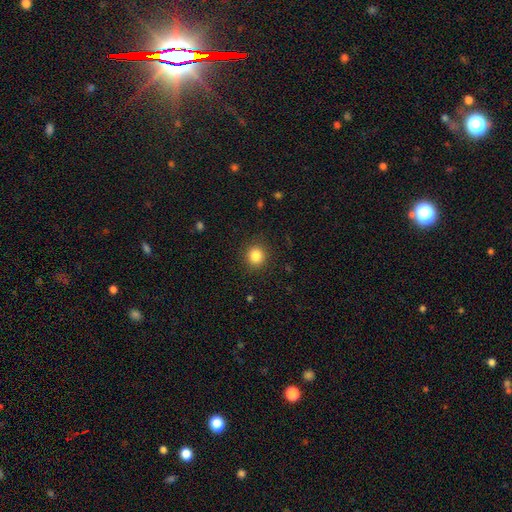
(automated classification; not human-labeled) Smooth or featured: smooth — 85% (star or artifact — 11%)
How rounded: round — 89% (in between — 10%)
Merging: none — 90% (minor disturbance — 6%)